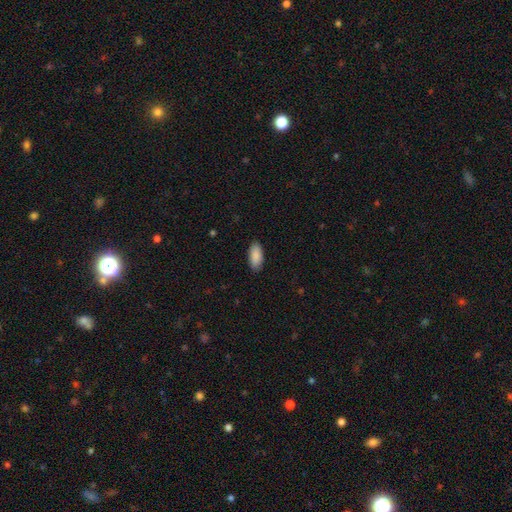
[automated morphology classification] This is clearly a smooth galaxy (90%). How rounded: clearly in between (90%). Merging: clearly none (88%).